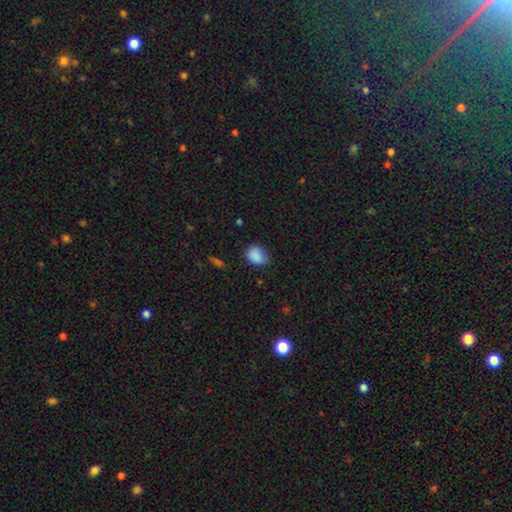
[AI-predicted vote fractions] A smooth galaxy with no disk features (87%) that is in between round and cigar-shaped (57%).

Vote fractions:
- Smooth or featured? smooth: 87% / star or artifact: 9% / featured or disk: 5%
- How rounded? in between: 57% / round: 42% / cigar-shaped: 1%
- Merging? none: 64% / minor disturbance: 29% / major disturbance: 5% / merger: 2%